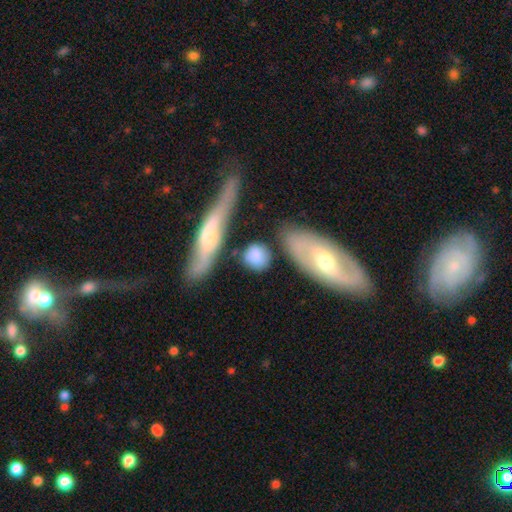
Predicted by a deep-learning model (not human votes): smooth-or-featured: smooth: 81% | featured or disk: 13% | star or artifact: 5%
  how-rounded: round: 65% | in between: 28% | cigar-shaped: 8%
  merging: none: 72% | minor disturbance: 14% | merger: 9% | major disturbance: 5%